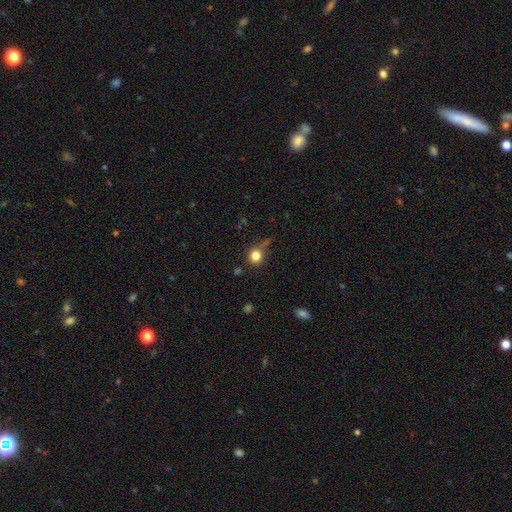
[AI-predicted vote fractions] A smooth galaxy with no disk features (82%) that is round (89%).

Vote fractions:
- Smooth or featured? smooth: 82% / star or artifact: 12% / featured or disk: 6%
- How rounded? round: 89% / in between: 10% / cigar-shaped: 1%
- Merging? none: 70% / minor disturbance: 17% / merger: 7% / major disturbance: 7%